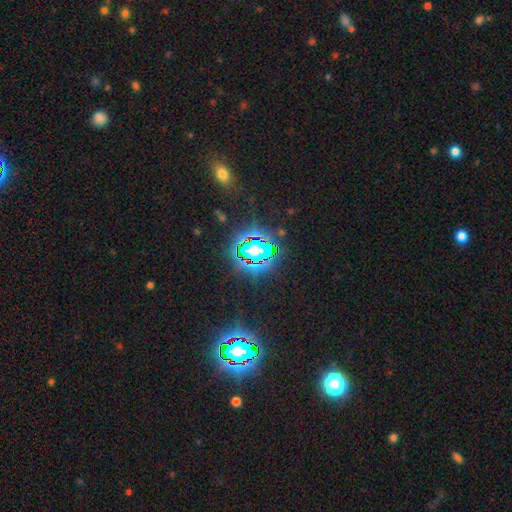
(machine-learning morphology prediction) Smooth or featured: star or artifact — 81% (smooth — 12%)